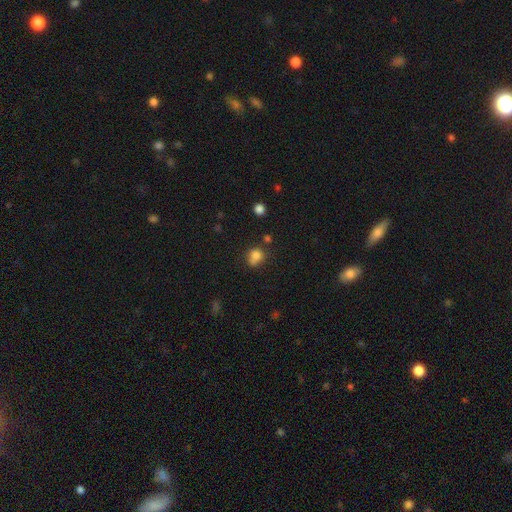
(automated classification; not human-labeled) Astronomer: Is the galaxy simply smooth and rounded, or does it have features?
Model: smooth — 78%.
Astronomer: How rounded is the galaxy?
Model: round — 72%.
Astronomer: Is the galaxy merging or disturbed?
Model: none — 45% (runner-up: merger, 28%).